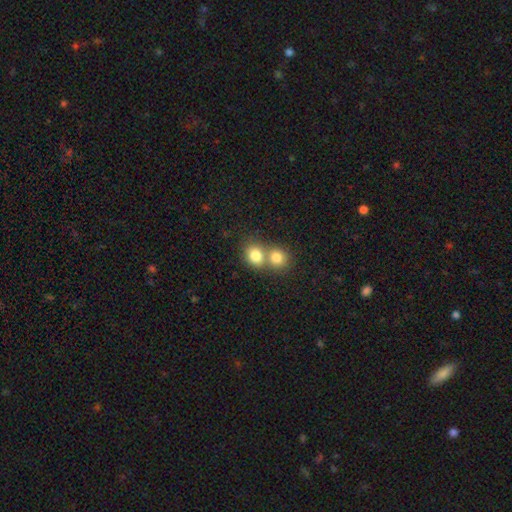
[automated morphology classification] Q: Smooth or featured?
A: smooth (80%); runner-up: star or artifact (11%)
Q: How rounded?
A: round (72%); runner-up: in between (27%)
Q: Merging?
A: merger (57%); runner-up: none (35%)